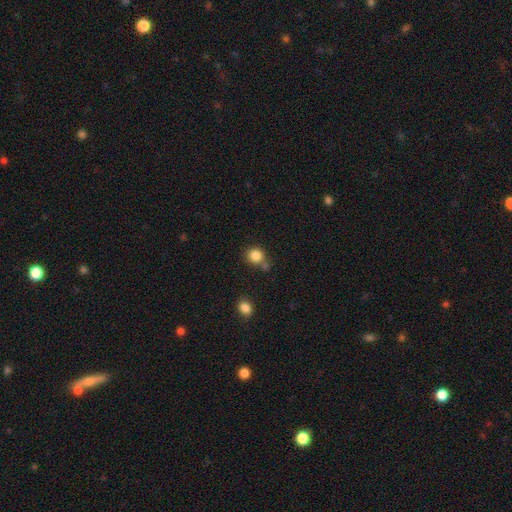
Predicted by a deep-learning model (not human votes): smooth_or_featured: smooth (p=0.84) [alt: star or artifact p=0.11]
how_rounded: round (p=0.81) [alt: in between p=0.18]
merging: none (p=0.65) [alt: minor disturbance p=0.15]